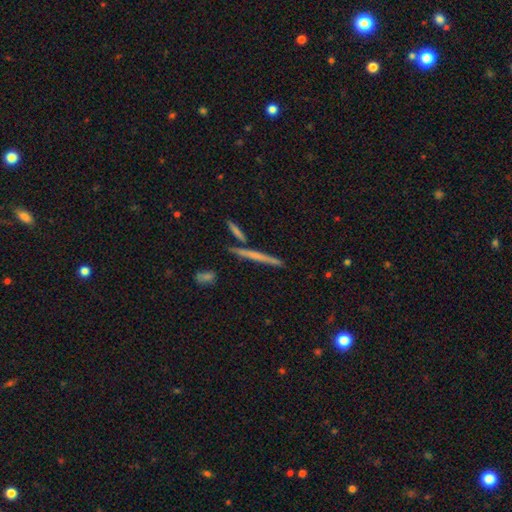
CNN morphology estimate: Smooth or featured? Predicted: featured or disk (p=0.51). Edge-on disk? Predicted: yes (p=0.96). Merging? Predicted: none (p=0.84).